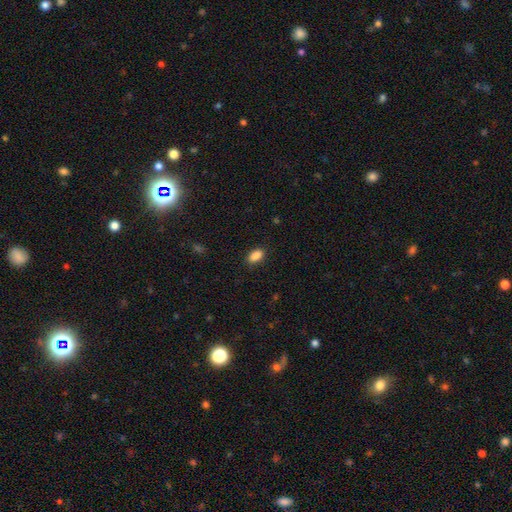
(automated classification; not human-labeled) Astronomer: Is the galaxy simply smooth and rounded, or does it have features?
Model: smooth — 89%.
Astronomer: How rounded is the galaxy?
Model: in between — 90%.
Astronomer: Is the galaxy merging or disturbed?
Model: none — 87%.